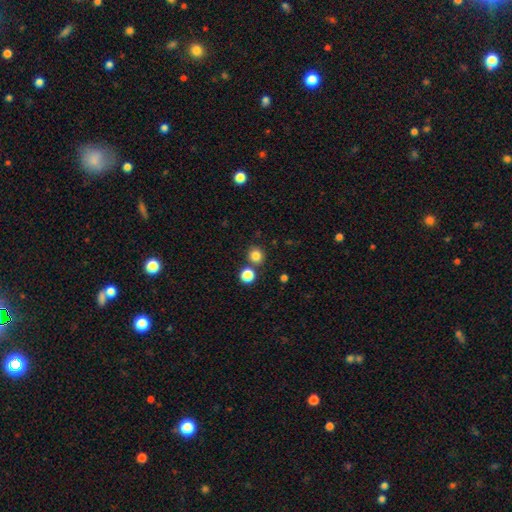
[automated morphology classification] Smooth or featured?
  - smooth: 83% *
  - star or artifact: 12%
  - featured or disk: 5%
How rounded?
  - round: 87% *
  - in between: 12%
  - cigar-shaped: 1%
Merging?
  - none: 78% *
  - merger: 13%
  - minor disturbance: 7%
  - major disturbance: 2%